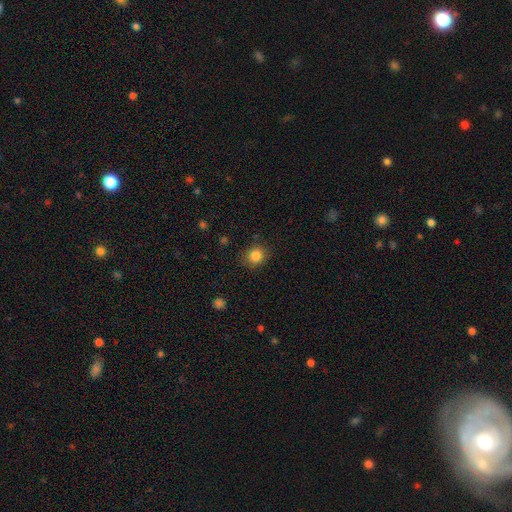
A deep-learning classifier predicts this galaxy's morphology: smooth 85%, star or artifact 11%, featured or disk 5%. Down the decision tree: how rounded — round (81%); merging — none (84%).